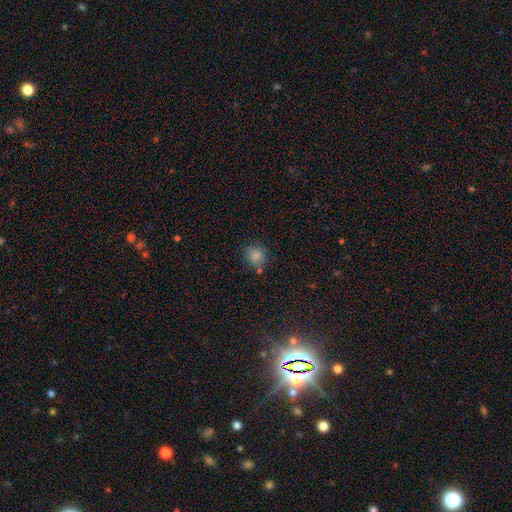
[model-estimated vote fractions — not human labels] Q: Smooth or featured?
A: smooth (84%); runner-up: star or artifact (11%)
Q: How rounded?
A: round (84%); runner-up: in between (15%)
Q: Merging?
A: none (75%); runner-up: minor disturbance (13%)